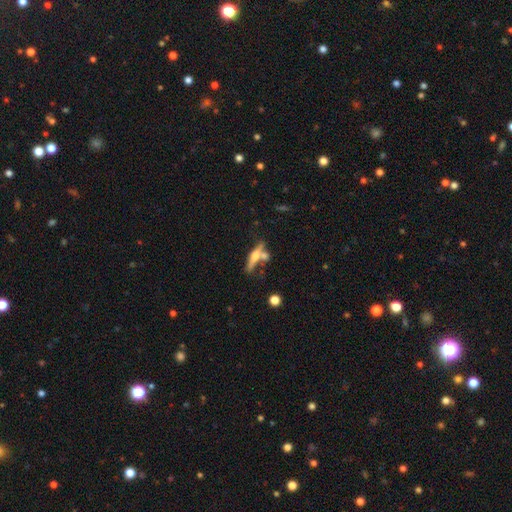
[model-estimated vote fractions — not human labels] Smooth or featured?
  - featured or disk: 59% *
  - smooth: 33%
  - star or artifact: 8%
Edge-on disk?
  - yes: 92% *
  - no: 8%
Edge-on bulge?
  - rounded: 89% *
  - boxy: 6%
  - none: 5%
Merging?
  - none: 55% *
  - merger: 26%
  - minor disturbance: 13%
  - major disturbance: 5%